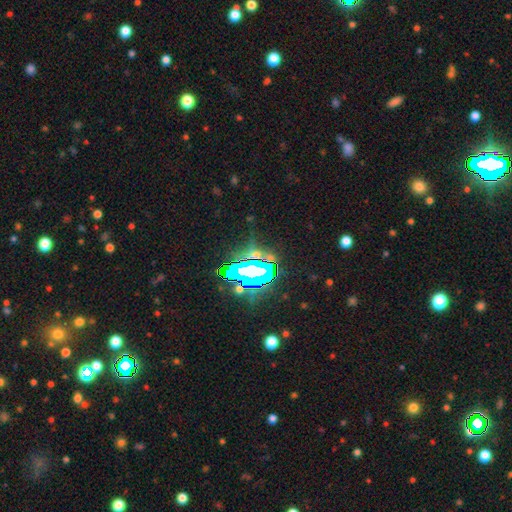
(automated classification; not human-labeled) This appears to be a star or artifact, not a galaxy (69%).